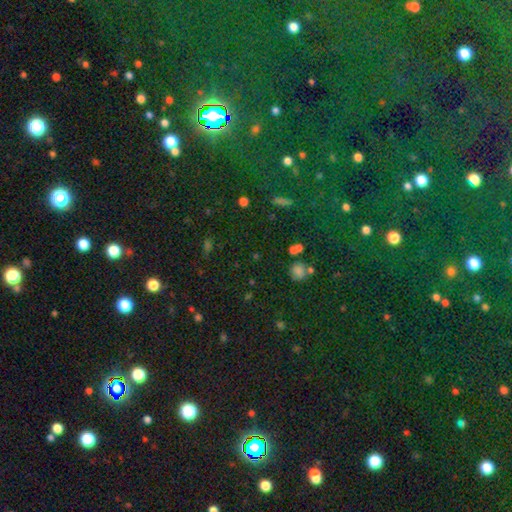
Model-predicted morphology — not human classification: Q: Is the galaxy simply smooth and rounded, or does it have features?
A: star or artifact — 79%.